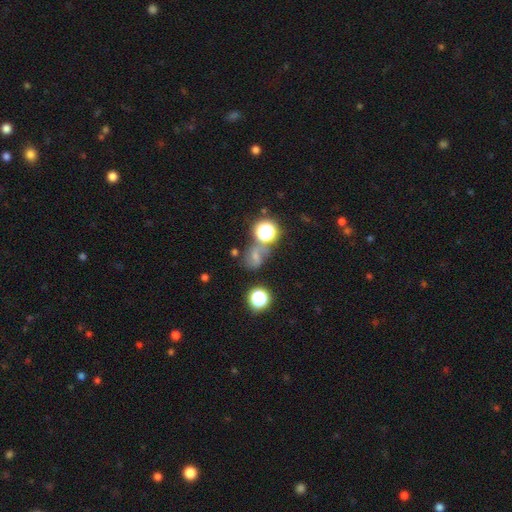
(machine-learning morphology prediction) A smooth galaxy with no disk features (38%). Merging: none (54%).